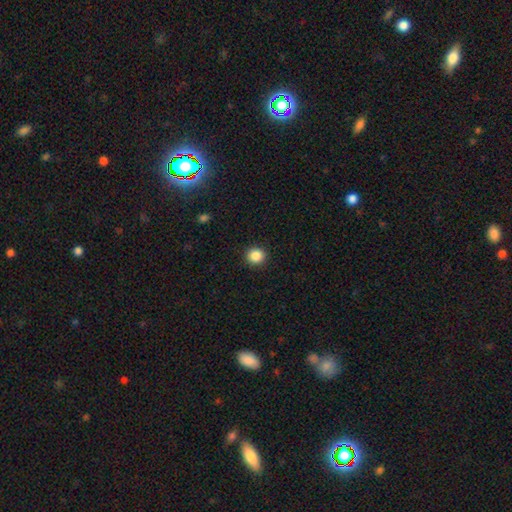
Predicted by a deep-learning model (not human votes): smooth-or-featured: smooth: 87% | star or artifact: 10% | featured or disk: 3%
  how-rounded: round: 91% | in between: 8% | cigar-shaped: 1%
  merging: none: 93% | minor disturbance: 5% | major disturbance: 2% | merger: 1%